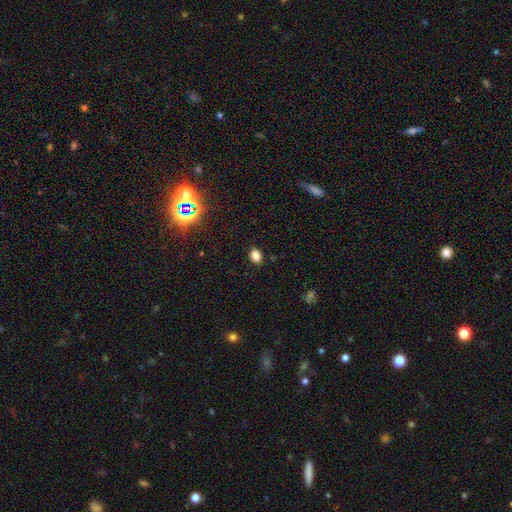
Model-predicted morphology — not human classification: A smooth galaxy with no disk features (81%) that is in between round and cigar-shaped (67%).

Vote fractions:
- Smooth or featured? smooth: 81% / star or artifact: 14% / featured or disk: 5%
- How rounded? in between: 67% / round: 32% / cigar-shaped: 1%
- Merging? none: 87% / minor disturbance: 10% / major disturbance: 2% / merger: 1%